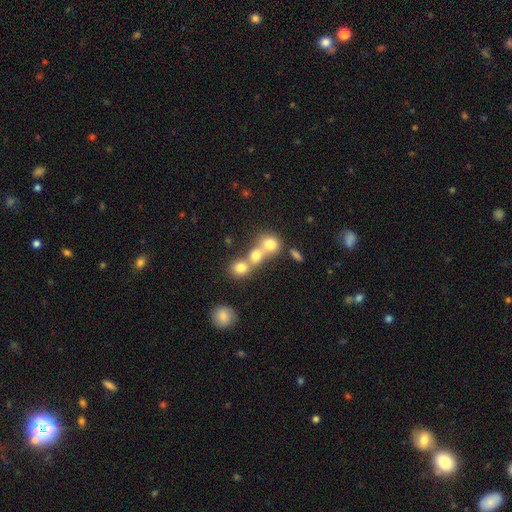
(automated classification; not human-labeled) smooth 73%, featured or disk 14%, star or artifact 13%. Down the decision tree: how rounded — round (75%); merging — merger (58%).